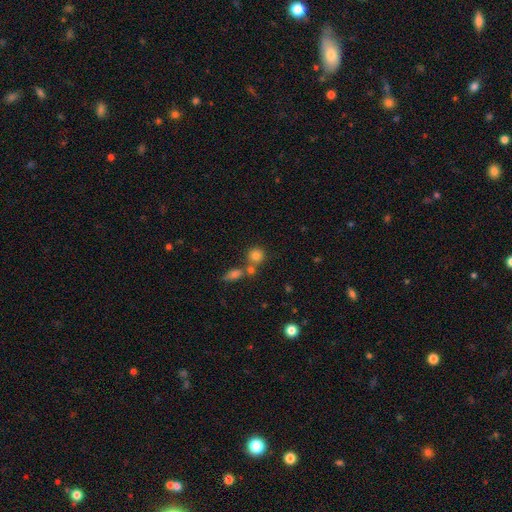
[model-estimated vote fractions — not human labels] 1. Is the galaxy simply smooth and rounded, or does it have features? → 79% smooth, 12% star or artifact, 9% featured or disk.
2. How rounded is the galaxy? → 84% round, 14% in between, 1% cigar-shaped.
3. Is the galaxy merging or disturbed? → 59% none, 28% merger, 9% minor disturbance, 4% major disturbance.